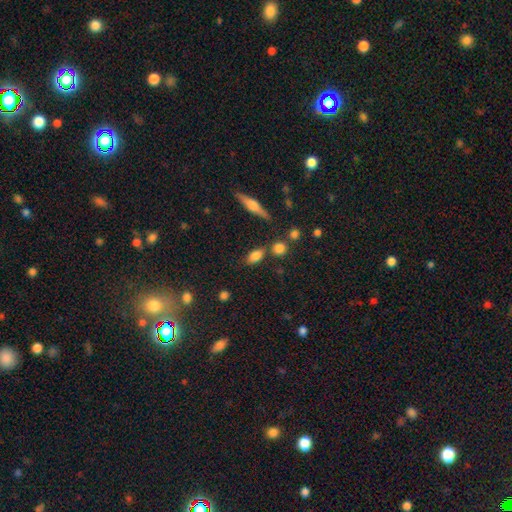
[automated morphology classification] Q: Smooth or featured?
A: smooth (79%); runner-up: featured or disk (12%)
Q: How rounded?
A: in between (81%); runner-up: round (10%)
Q: Merging?
A: none (71%); runner-up: minor disturbance (14%)